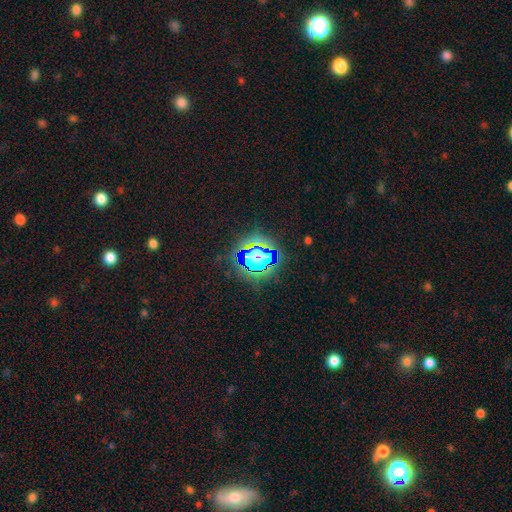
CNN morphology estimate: Overall: star or artifact (60%; smooth 26%).